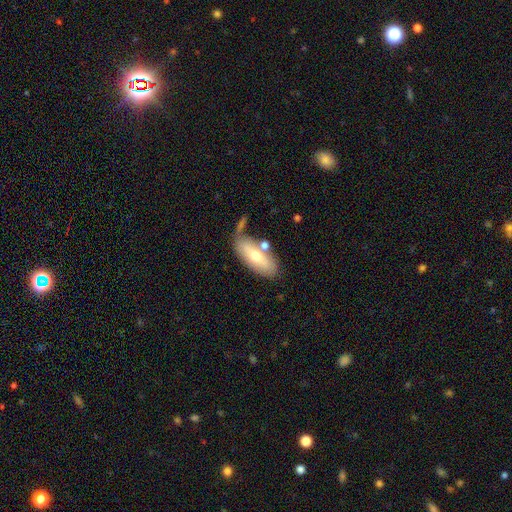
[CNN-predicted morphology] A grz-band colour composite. It shows a smooth galaxy with no disk features (63%) that is in between round and cigar-shaped (82%). Merging: none (60%).